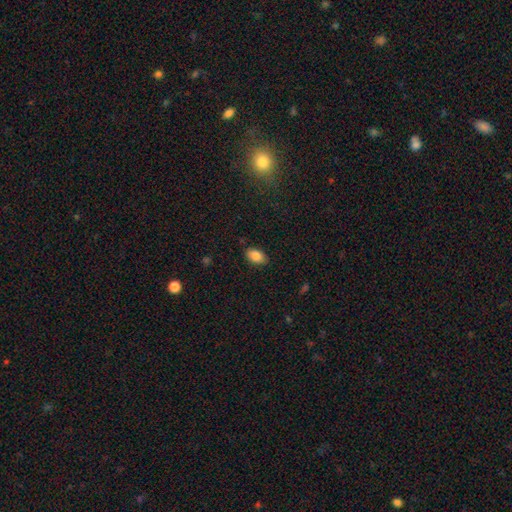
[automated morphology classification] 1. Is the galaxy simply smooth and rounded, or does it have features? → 86% smooth, 8% star or artifact, 6% featured or disk.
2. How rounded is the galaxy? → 91% in between, 8% round, 2% cigar-shaped.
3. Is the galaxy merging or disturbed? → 85% none, 11% minor disturbance, 2% major disturbance, 1% merger.